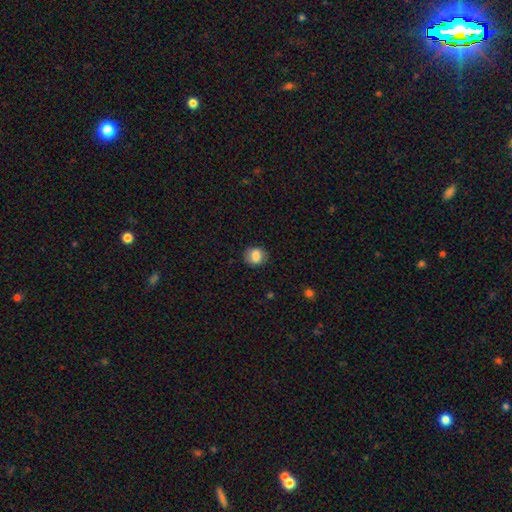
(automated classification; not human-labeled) smooth_or_featured: smooth (p=0.79) [alt: featured or disk p=0.12]
how_rounded: round (p=0.65) [alt: in between p=0.34]
merging: none (p=0.82) [alt: minor disturbance p=0.14]